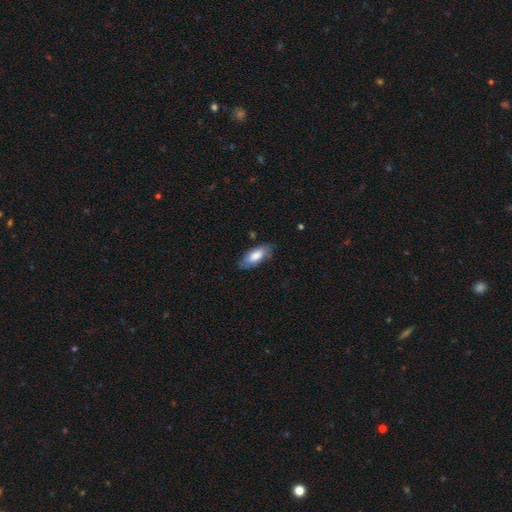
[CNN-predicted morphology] smooth 75%, featured or disk 20%, star or artifact 6%. Down the decision tree: how rounded — in between (80%); merging — none (77%).